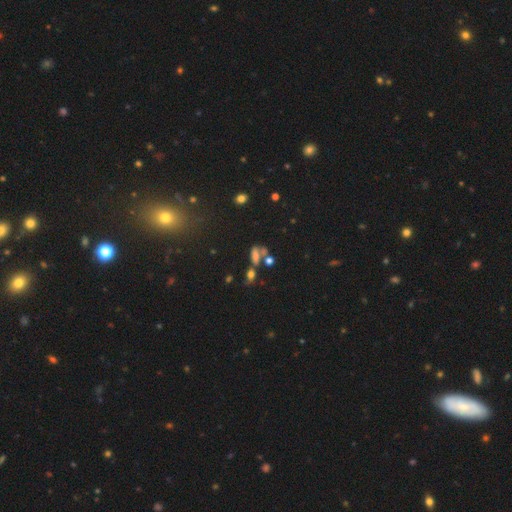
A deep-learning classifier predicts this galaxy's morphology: smooth 50%, star or artifact 26%, featured or disk 24%. Down the decision tree: how rounded — in between (66%); merging — merger (40%).